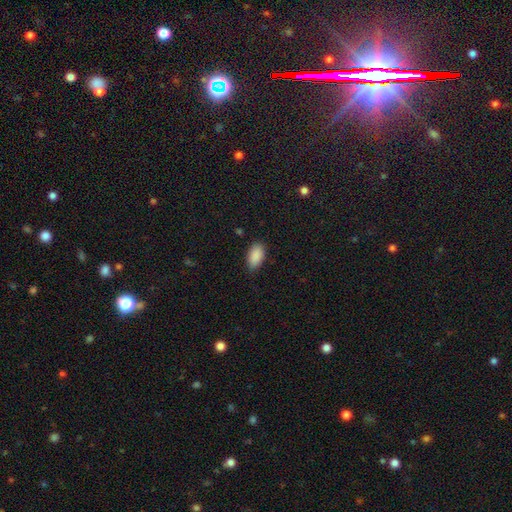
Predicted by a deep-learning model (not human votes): A smooth galaxy with no disk features (90%) that is in between round and cigar-shaped (94%).

Vote fractions:
- Smooth or featured? smooth: 90% / star or artifact: 7% / featured or disk: 3%
- How rounded? in between: 94% / round: 4% / cigar-shaped: 2%
- Merging? none: 78% / minor disturbance: 18% / major disturbance: 3% / merger: 1%